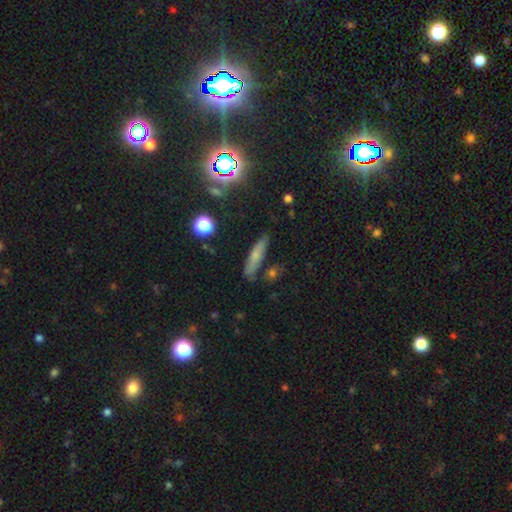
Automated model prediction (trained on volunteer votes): Smooth or featured: smooth — 59% (featured or disk — 26%)
How rounded: cigar-shaped — 79% (in between — 17%)
Merging: none — 80% (minor disturbance — 13%)